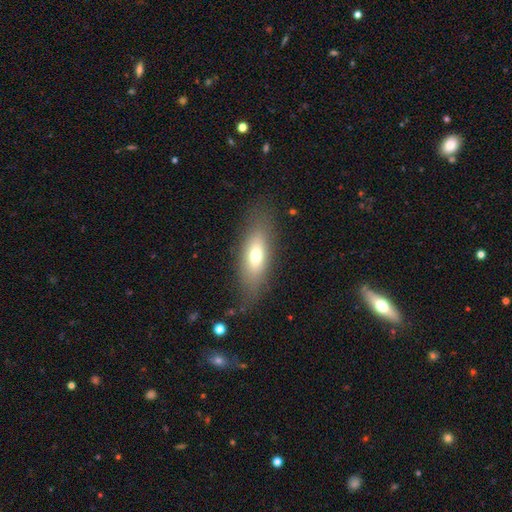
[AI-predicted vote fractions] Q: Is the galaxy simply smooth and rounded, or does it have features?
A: smooth — 64%.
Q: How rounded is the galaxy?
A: in between — 64%.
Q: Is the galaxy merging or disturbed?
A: none — 77%.